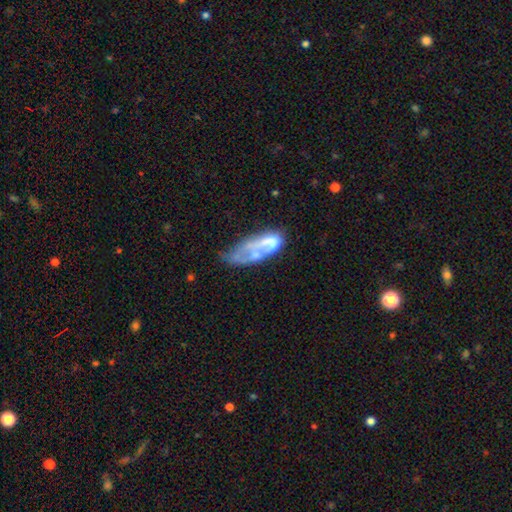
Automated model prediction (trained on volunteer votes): Smooth or featured? Predicted: featured or disk (p=0.51). Edge-on disk? Predicted: no (p=0.88). Merging? Predicted: none (p=0.29).